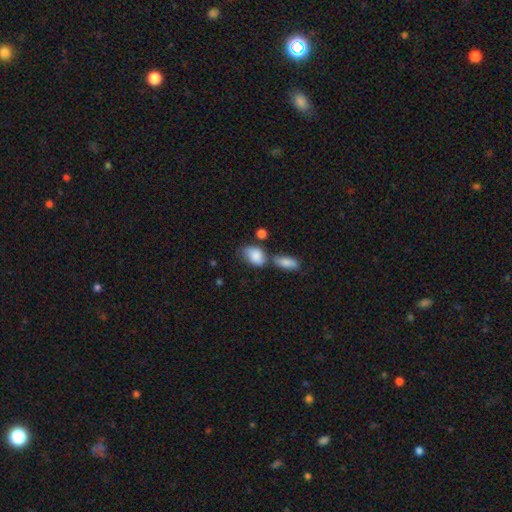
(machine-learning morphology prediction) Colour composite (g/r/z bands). It shows a smooth galaxy with no disk features (79%) that is in between round and cigar-shaped (82%). Merging: none (41%).